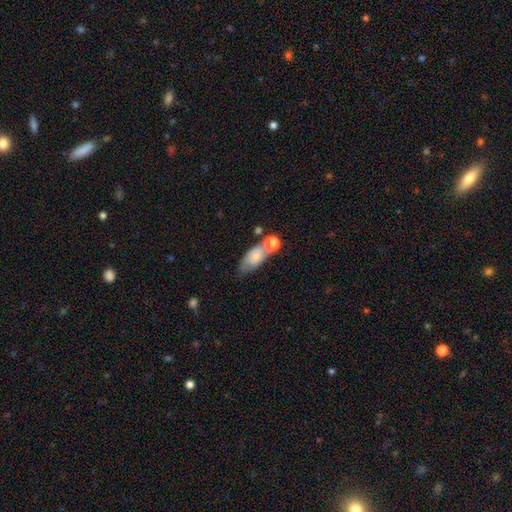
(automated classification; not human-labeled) A smooth galaxy with no disk features (66%) that is in between round and cigar-shaped (79%). Merging: none (40%).